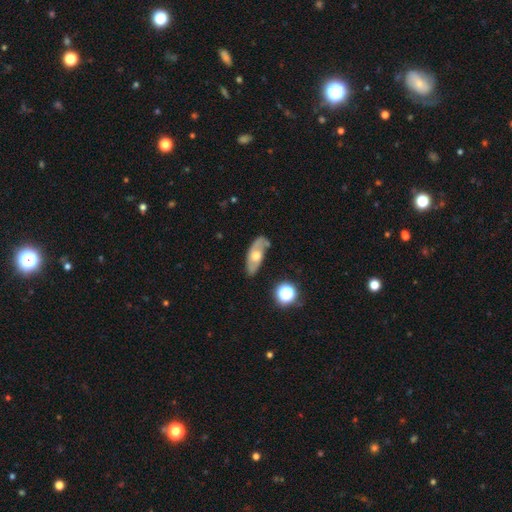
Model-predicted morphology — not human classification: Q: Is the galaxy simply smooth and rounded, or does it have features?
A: featured or disk — 52%.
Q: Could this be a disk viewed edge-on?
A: no — 77%.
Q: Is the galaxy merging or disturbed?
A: none — 66%.